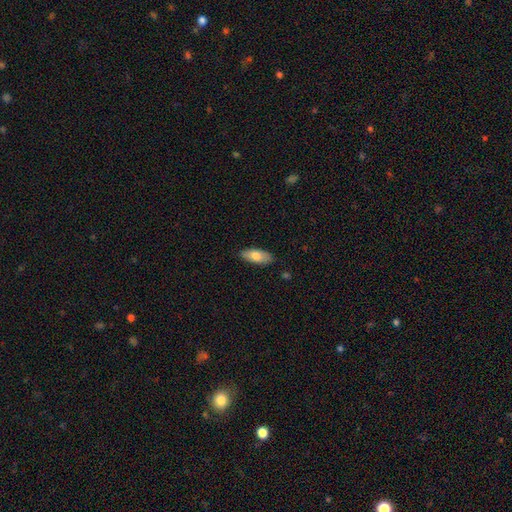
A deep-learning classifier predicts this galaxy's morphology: type=smooth (76%); roundness=in between (84%); merging=none (84%).